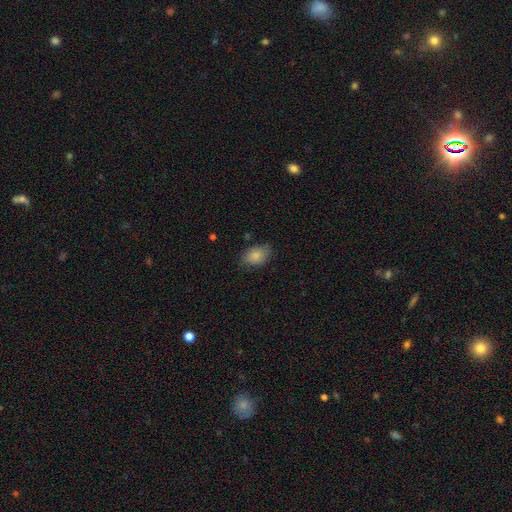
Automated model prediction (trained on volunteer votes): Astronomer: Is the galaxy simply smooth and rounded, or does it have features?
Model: smooth — 86%.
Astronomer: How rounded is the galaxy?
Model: in between — 86%.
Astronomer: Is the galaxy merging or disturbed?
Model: none — 78%.